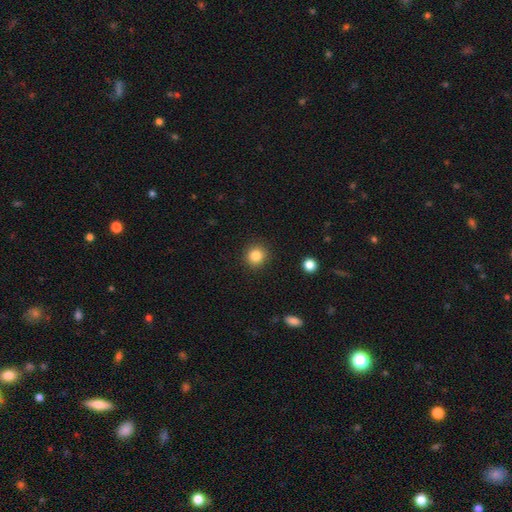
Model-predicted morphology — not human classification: Smooth or featured? Predicted: smooth (p=0.84). How rounded? Predicted: round (p=0.89). Merging? Predicted: none (p=0.90).